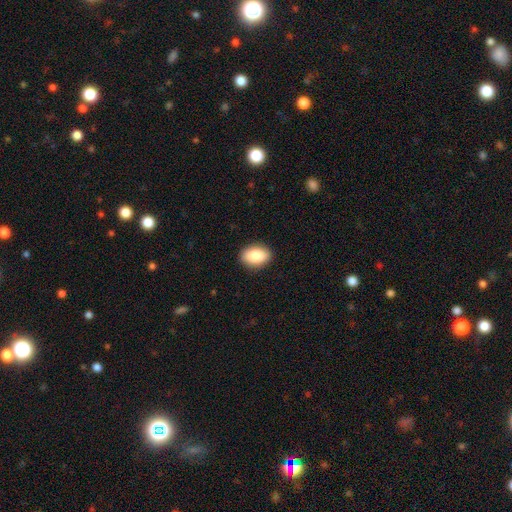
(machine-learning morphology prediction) smooth_or_featured: smooth (p=0.90) [alt: star or artifact p=0.07]
how_rounded: in between (p=0.90) [alt: round p=0.08]
merging: none (p=0.89) [alt: minor disturbance p=0.08]